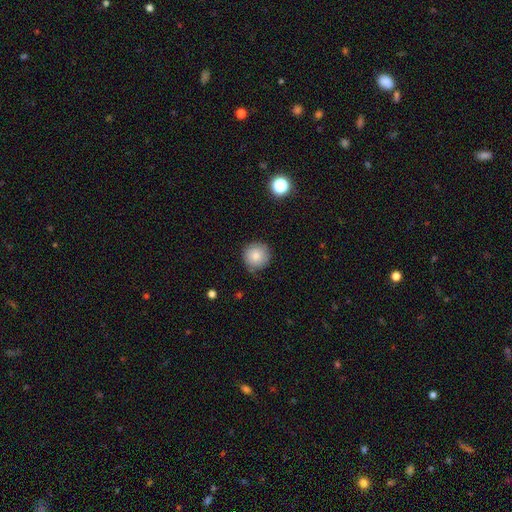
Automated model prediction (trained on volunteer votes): Q: Smooth or featured?
A: smooth (83%); runner-up: star or artifact (9%)
Q: How rounded?
A: round (95%); runner-up: in between (4%)
Q: Merging?
A: none (82%); runner-up: minor disturbance (14%)